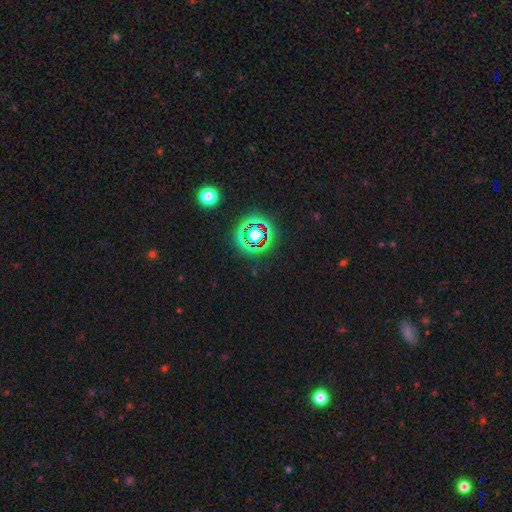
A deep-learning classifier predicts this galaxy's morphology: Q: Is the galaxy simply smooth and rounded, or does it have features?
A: star or artifact — 74%.